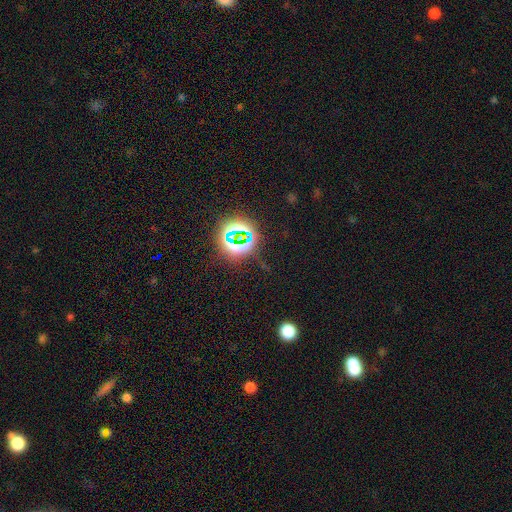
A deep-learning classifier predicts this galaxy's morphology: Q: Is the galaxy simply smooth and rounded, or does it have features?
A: star or artifact — 78%.